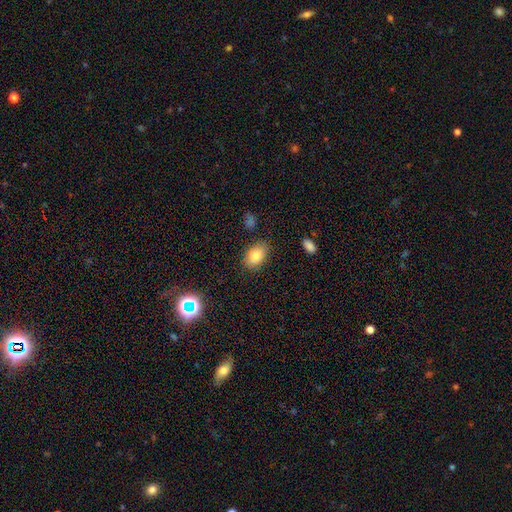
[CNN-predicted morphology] smooth 82%, star or artifact 9%, featured or disk 9%. Down the decision tree: how rounded — in between (86%); merging — none (83%).